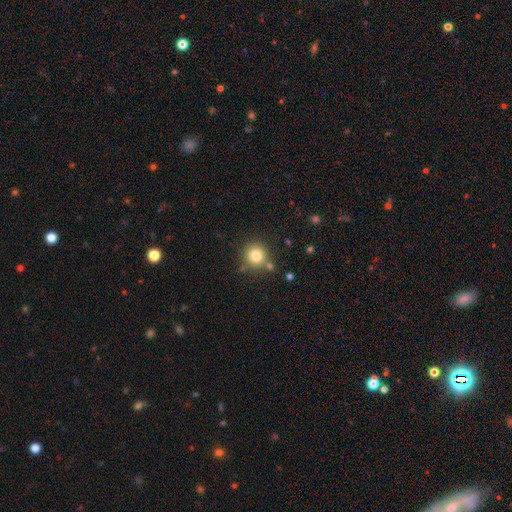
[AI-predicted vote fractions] Smooth or featured: smooth — 80% (star or artifact — 12%)
How rounded: round — 92% (in between — 7%)
Merging: none — 76% (minor disturbance — 11%)